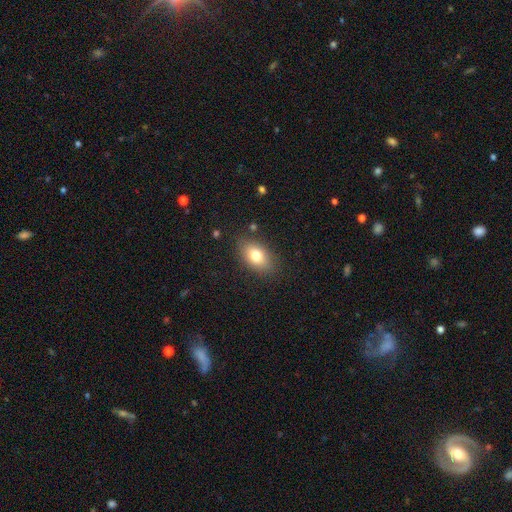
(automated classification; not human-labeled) smooth 76%, featured or disk 14%, star or artifact 9%. Down the decision tree: how rounded — in between (86%); merging — none (84%).